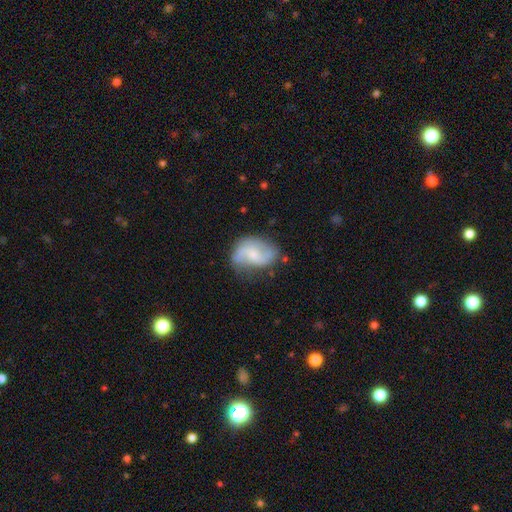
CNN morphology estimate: Smooth or featured? Predicted: featured or disk (p=0.72). Edge-on disk? Predicted: no (p=0.97). Bar? Predicted: no (p=0.48). Spiral arms? Predicted: yes (p=0.92). Spiral winding? Predicted: loose (p=0.51). Spiral arm count? Predicted: 2 (p=0.85). Bulge size? Predicted: small (p=0.45). Merging? Predicted: none (p=0.61).